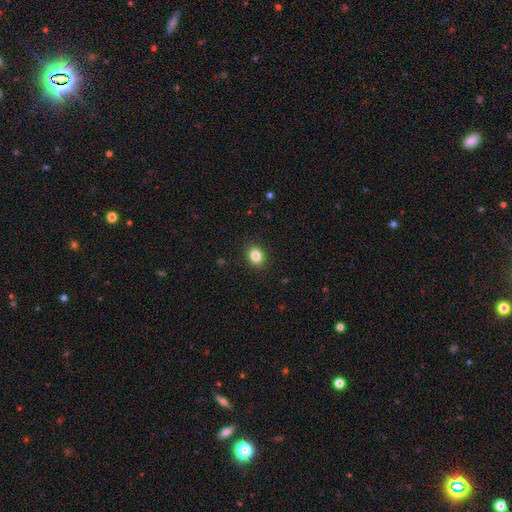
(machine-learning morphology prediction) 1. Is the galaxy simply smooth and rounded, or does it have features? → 84% smooth, 10% star or artifact, 6% featured or disk.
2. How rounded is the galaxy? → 51% round, 48% in between, 1% cigar-shaped.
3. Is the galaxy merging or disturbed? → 90% none, 7% minor disturbance, 2% major disturbance, 1% merger.